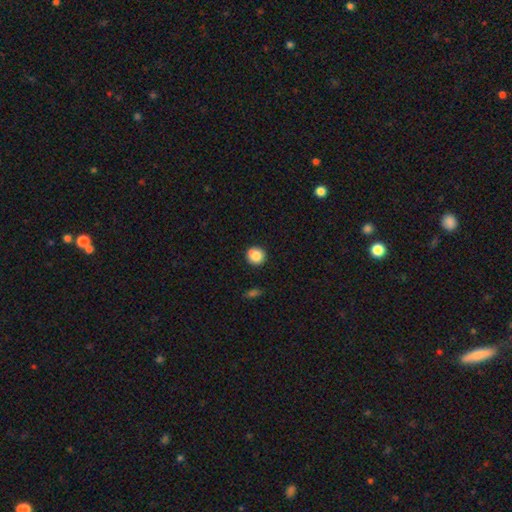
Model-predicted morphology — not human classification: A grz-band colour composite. It shows a smooth galaxy with no disk features (86%) that is round (92%). Merging: none (89%).